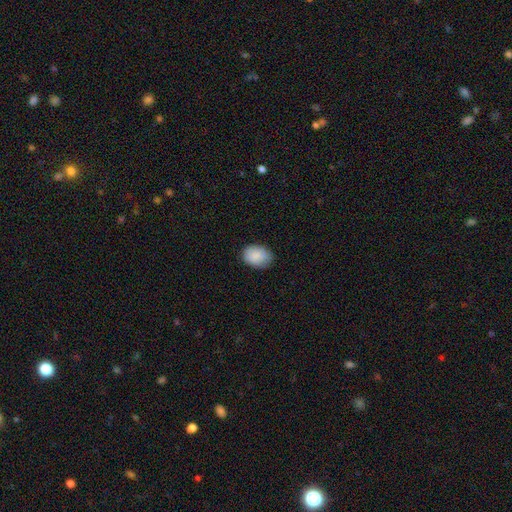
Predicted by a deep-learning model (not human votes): smooth 87%, star or artifact 7%, featured or disk 7%. Down the decision tree: how rounded — in between (77%); merging — none (78%).